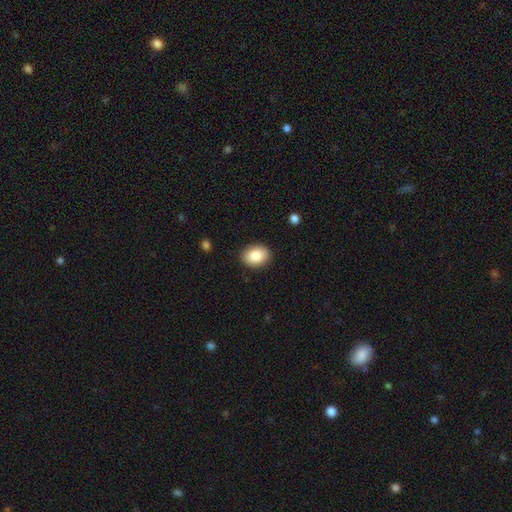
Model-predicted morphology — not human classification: A smooth galaxy with no disk features (85%) that is in between round and cigar-shaped (68%). Merging: none (89%).